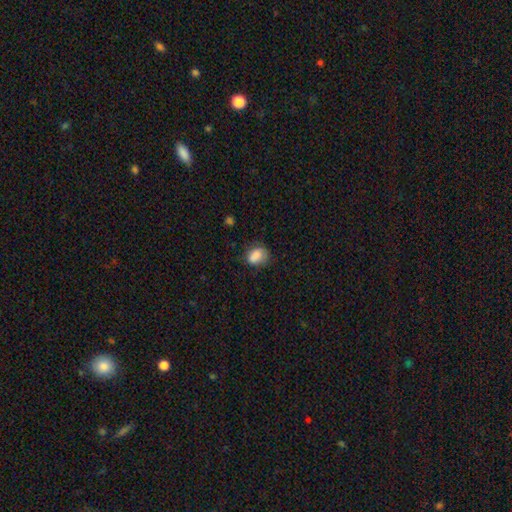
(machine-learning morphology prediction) Smooth or featured? smooth (82%)
How rounded? in between (53%)
Merging? none (59%)